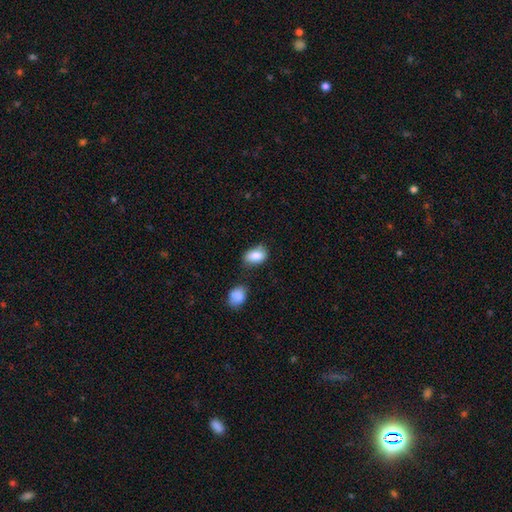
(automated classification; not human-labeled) Smooth or featured? smooth (85%)
How rounded? in between (87%)
Merging? none (60%)